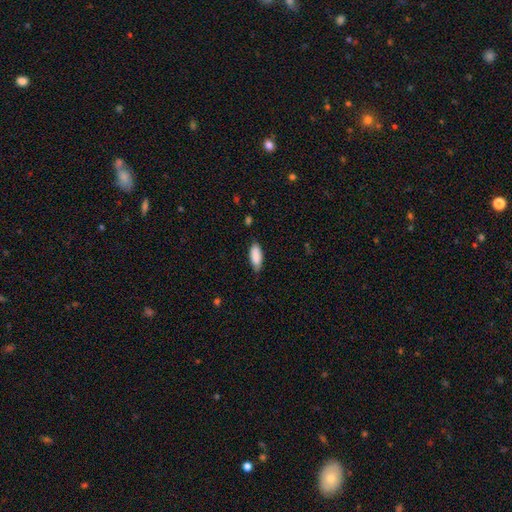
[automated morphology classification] A smooth galaxy with no disk features (88%) that is in between round and cigar-shaped (81%). Merging: none (74%).